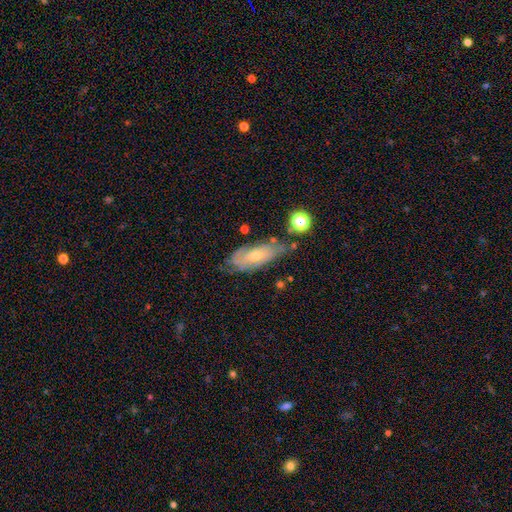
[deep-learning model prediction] Smooth or featured? featured or disk (59%)
Edge-on disk? no (85%)
Merging? none (56%)